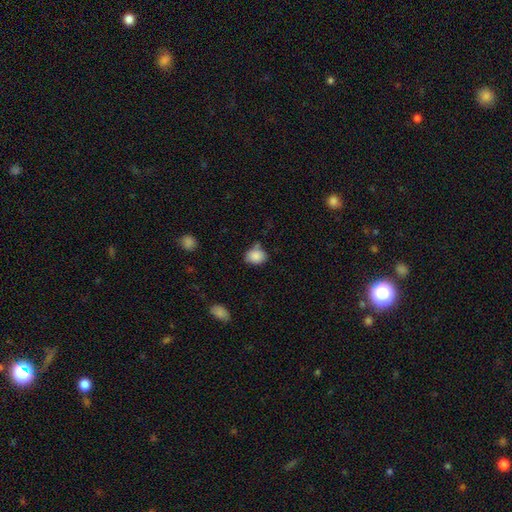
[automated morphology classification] Smooth or featured? smooth (87%)
How rounded? in between (62%)
Merging? none (65%)